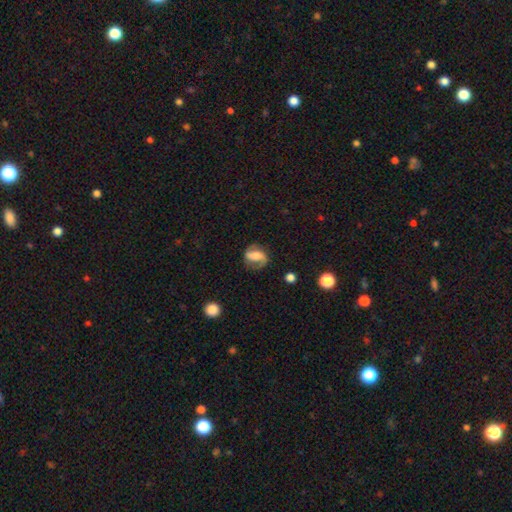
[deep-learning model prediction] Morphology: type=featured or disk (60%); edge-on=no (94%); bar=strong (44%); spiral arms=yes (83%); bulge=moderate (42%); merging=none (68%).